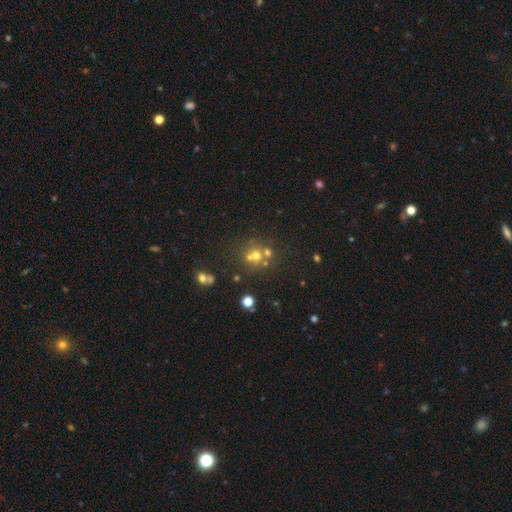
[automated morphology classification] This appears to be a smooth galaxy with no disk features (51%) that is round (82%). Merging: none (51%).